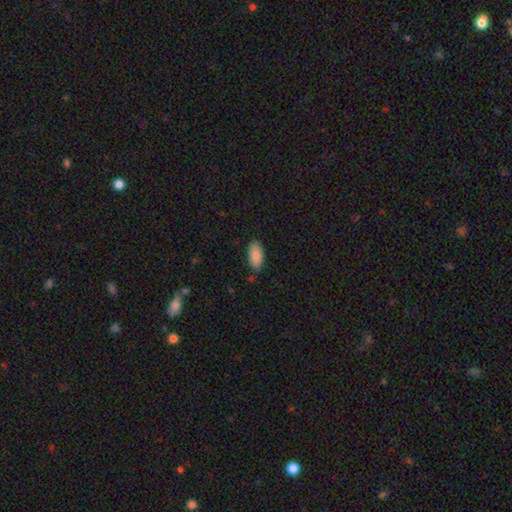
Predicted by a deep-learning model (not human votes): Smooth or featured: smooth — 87% (featured or disk — 7%)
How rounded: in between — 93% (cigar-shaped — 4%)
Merging: none — 84% (minor disturbance — 12%)